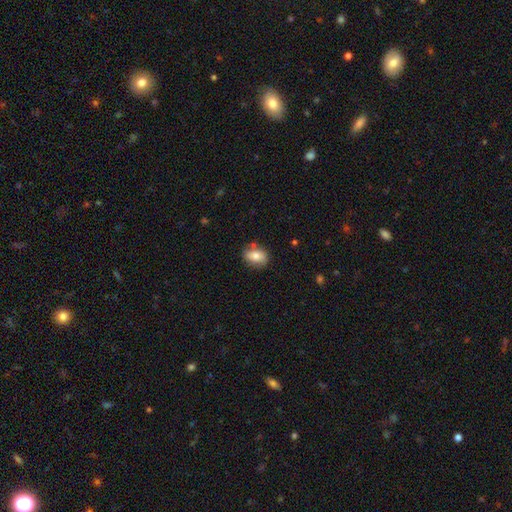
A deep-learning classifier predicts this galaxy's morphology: Smooth or featured? Predicted: smooth (p=0.74). How rounded? Predicted: in between (p=0.67). Merging? Predicted: none (p=0.78).